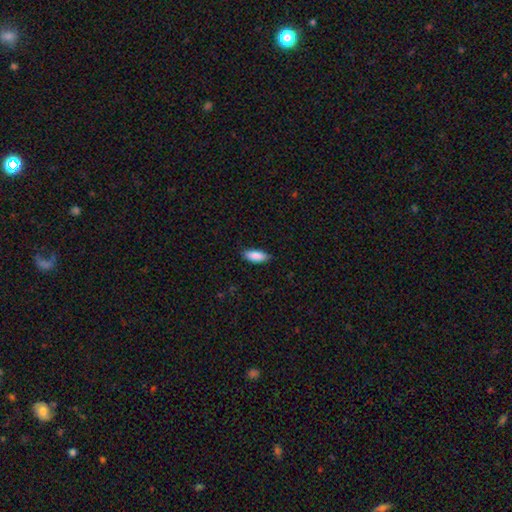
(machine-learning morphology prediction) A smooth galaxy with no disk features (88%) that is in between round and cigar-shaped (79%).

Vote fractions:
- Smooth or featured? smooth: 88% / star or artifact: 6% / featured or disk: 6%
- How rounded? in between: 79% / cigar-shaped: 20% / round: 2%
- Merging? none: 84% / minor disturbance: 13% / major disturbance: 2% / merger: 1%